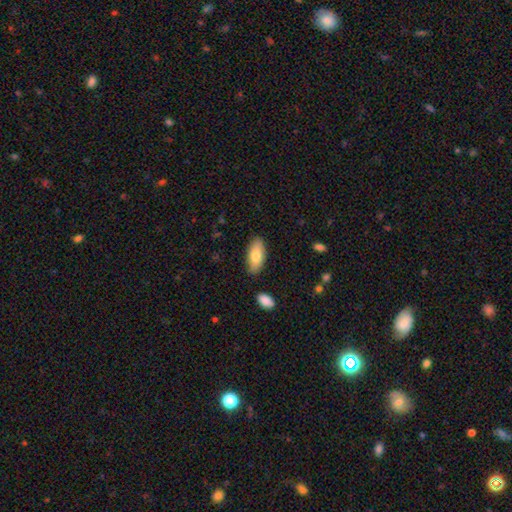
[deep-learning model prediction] Overall: smooth (79%). How rounded: in between (85%). Merging: none (84%).